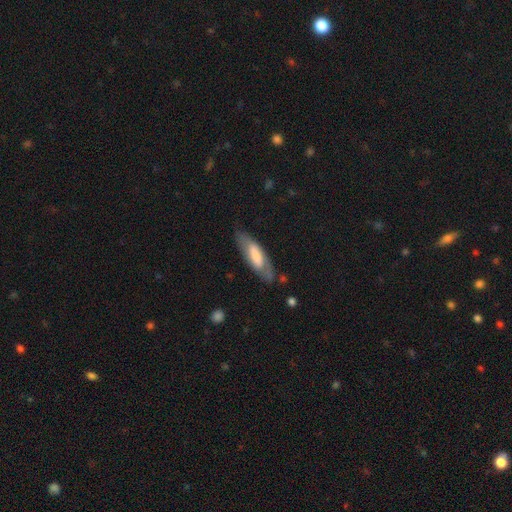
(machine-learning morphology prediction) A smooth galaxy with no disk features (54%) that is in between round and cigar-shaped (58%). Merging: none (73%).